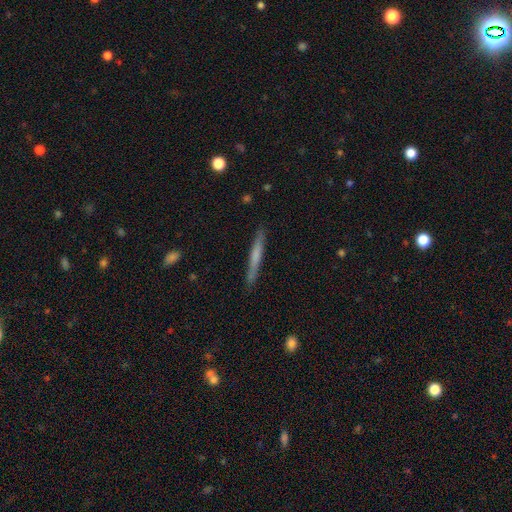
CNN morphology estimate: type=smooth (55%); roundness=cigar-shaped (96%); merging=none (88%).